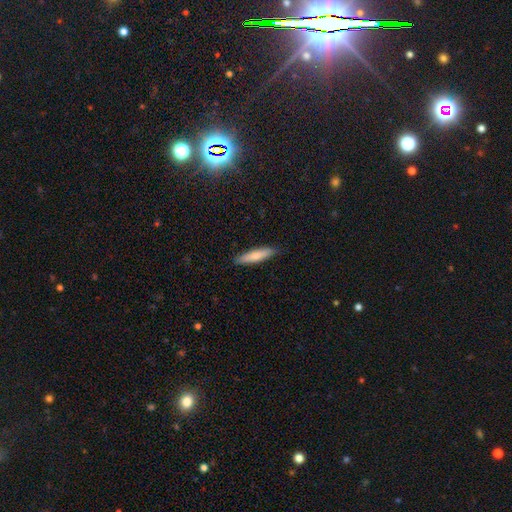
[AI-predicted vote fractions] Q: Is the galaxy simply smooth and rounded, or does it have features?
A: smooth — 77%.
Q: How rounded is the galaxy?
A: cigar-shaped — 81%.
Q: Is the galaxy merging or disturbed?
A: none — 88%.